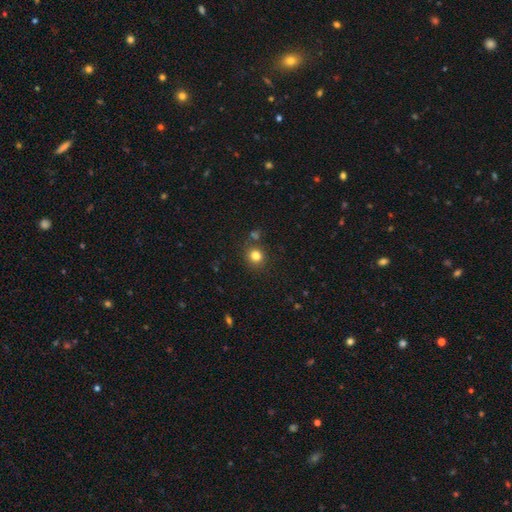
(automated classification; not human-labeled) This appears to be a smooth galaxy with no disk features (81%) that is round (86%). Merging: none (80%).